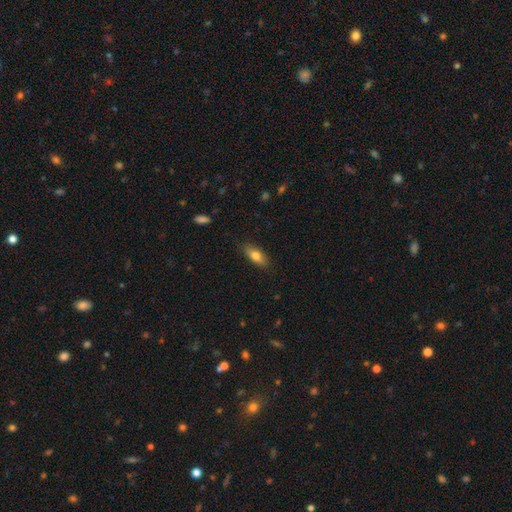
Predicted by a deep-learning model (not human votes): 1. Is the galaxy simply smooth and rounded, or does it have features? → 73% smooth, 20% featured or disk, 7% star or artifact.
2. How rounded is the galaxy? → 69% in between, 28% cigar-shaped, 3% round.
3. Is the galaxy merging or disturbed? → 86% none, 11% minor disturbance, 2% major disturbance, 1% merger.